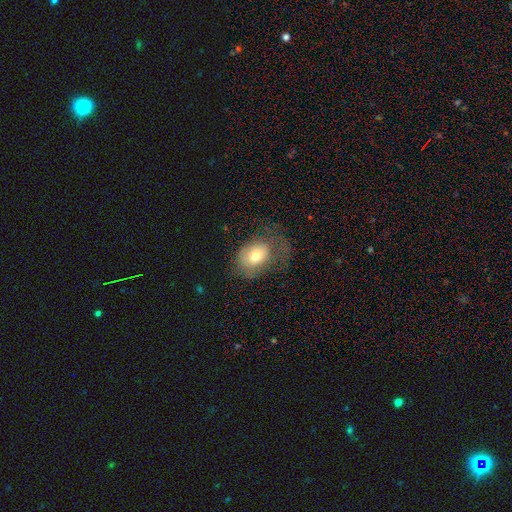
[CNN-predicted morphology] Smooth or featured? Predicted: smooth (p=0.68). How rounded? Predicted: in between (p=0.62). Merging? Predicted: none (p=0.37).